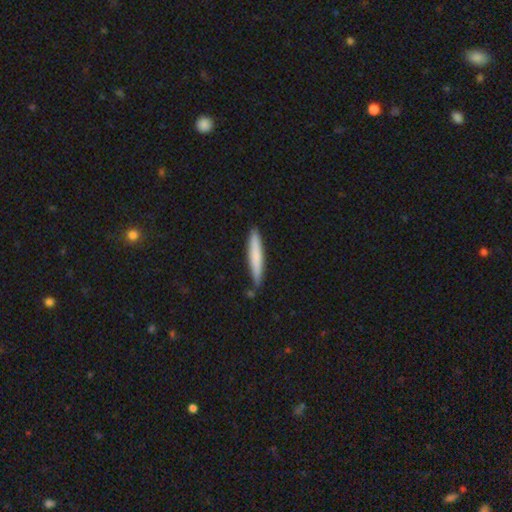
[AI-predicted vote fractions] This is likely a smooth galaxy (74%). How rounded: clearly cigar-shaped (94%). Merging: clearly none (84%).